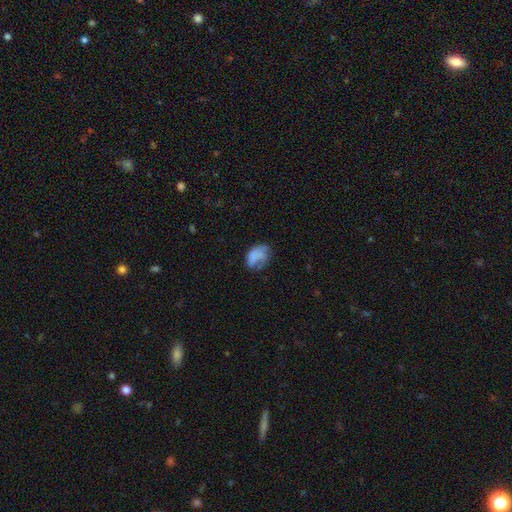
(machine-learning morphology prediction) Smooth or featured: smooth — 64% (featured or disk — 25%)
How rounded: in between — 78% (round — 20%)
Merging: none — 39% (minor disturbance — 31%)